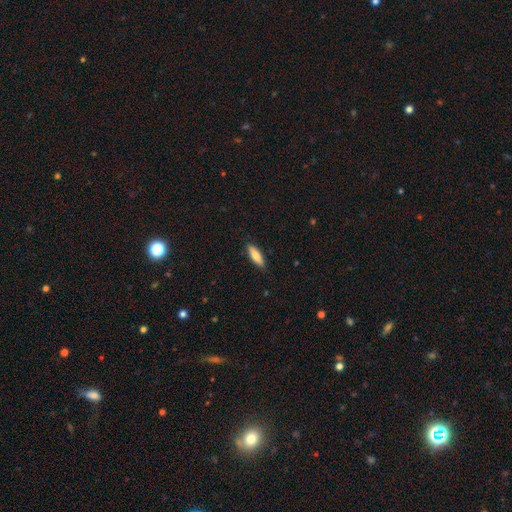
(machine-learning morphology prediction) A smooth galaxy with no disk features (78%) that is cigar-shaped (56%).

Vote fractions:
- Smooth or featured? smooth: 78% / featured or disk: 16% / star or artifact: 6%
- How rounded? cigar-shaped: 56% / in between: 42% / round: 2%
- Merging? none: 87% / minor disturbance: 10% / major disturbance: 2% / merger: 1%